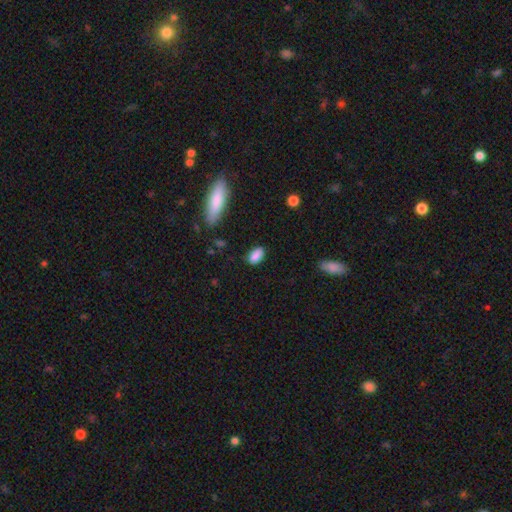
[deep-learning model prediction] The model was most divided on "merging": none: 79%, minor disturbance: 16%, major disturbance: 3%, merger: 2%. More confident: how rounded — in between (90%); smooth or featured — smooth (87%).